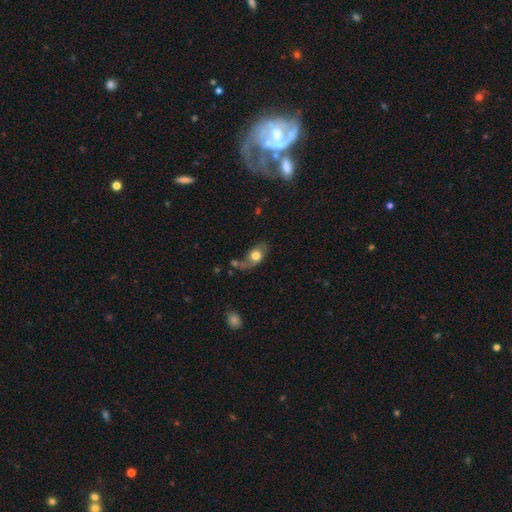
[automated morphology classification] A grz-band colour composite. It shows a smooth galaxy with no disk features (62%) that is in between round and cigar-shaped (70%). Merging: none (33%).